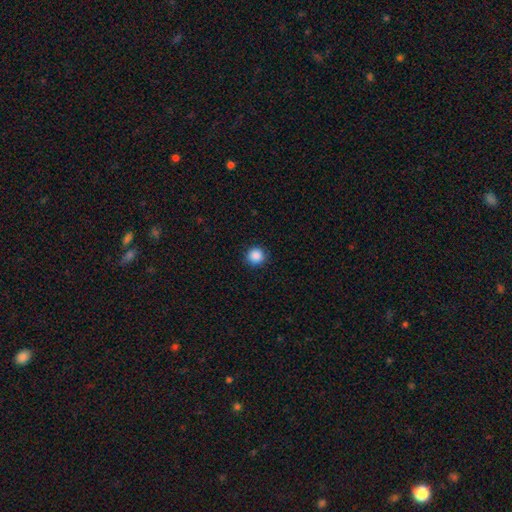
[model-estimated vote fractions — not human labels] smooth 88%, star or artifact 10%, featured or disk 3%. Down the decision tree: how rounded — round (94%); merging — none (91%).